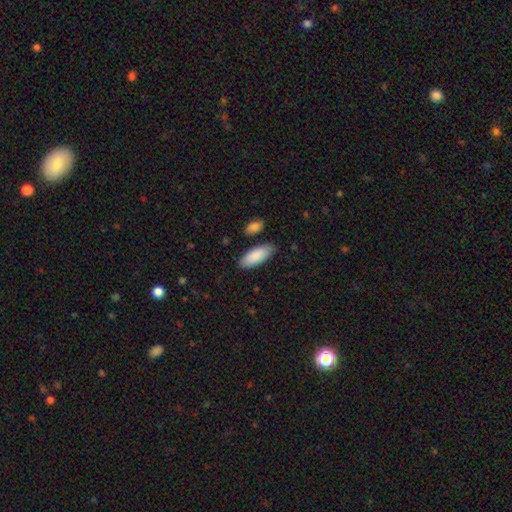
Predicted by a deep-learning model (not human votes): This appears to be a smooth galaxy with no disk features (89%) that is in between round and cigar-shaped (80%). Merging: none (82%).